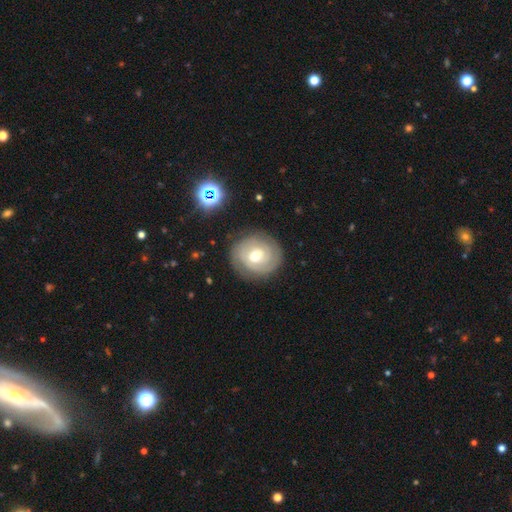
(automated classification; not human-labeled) Q: Smooth or featured?
A: featured or disk (67%); runner-up: smooth (26%)
Q: Edge-on disk?
A: no (97%); runner-up: yes (3%)
Q: Bar?
A: no (64%); runner-up: weak (28%)
Q: Spiral arms?
A: yes (81%); runner-up: no (19%)
Q: Spiral winding?
A: tight (76%); runner-up: medium (18%)
Q: Spiral arm count?
A: 2 (43%); runner-up: can't tell (34%)
Q: Bulge size?
A: moderate (67%); runner-up: small (27%)
Q: Merging?
A: none (83%); runner-up: minor disturbance (12%)